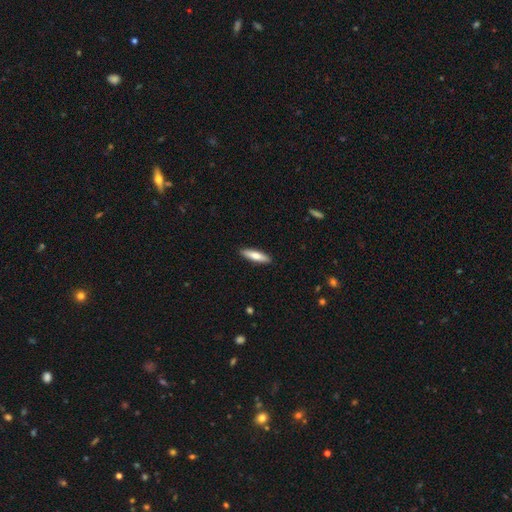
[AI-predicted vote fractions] This appears to be a smooth galaxy with no disk features (71%) that is cigar-shaped (70%). Merging: none (91%).